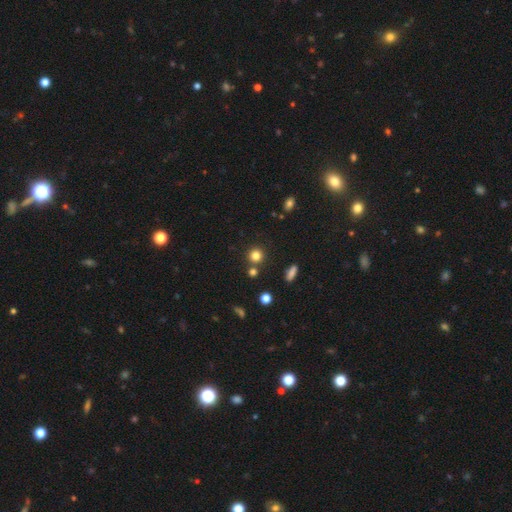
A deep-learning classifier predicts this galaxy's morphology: A smooth galaxy with no disk features (80%) that is round (90%). Merging: none (77%).